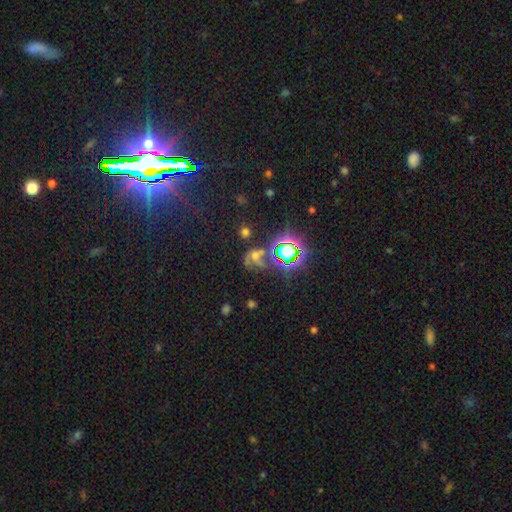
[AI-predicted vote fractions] smooth_or_featured: star or artifact (p=0.50) [alt: smooth p=0.30]